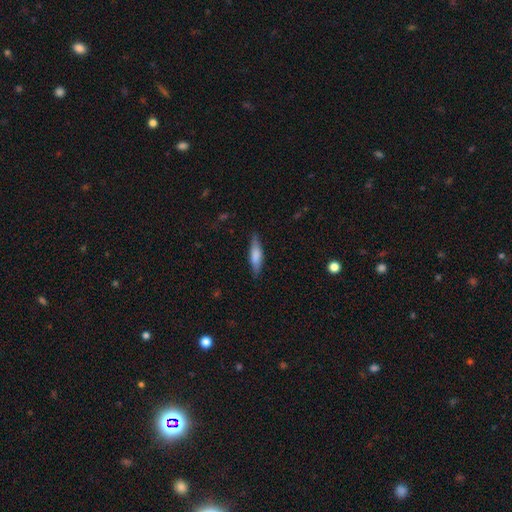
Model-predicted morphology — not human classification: This is likely a smooth galaxy (70%). How rounded: likely cigar-shaped (63%). Merging: clearly none (83%).